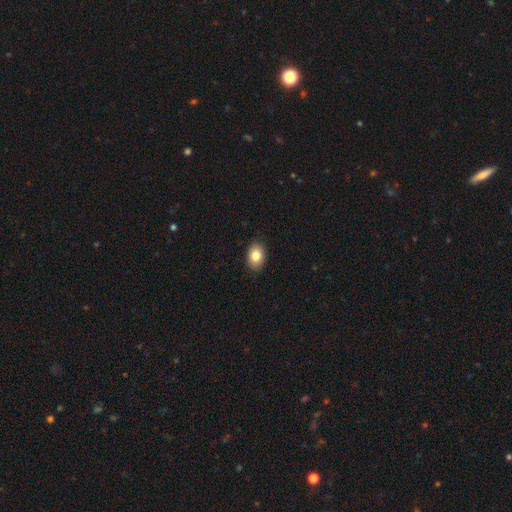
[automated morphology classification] Smooth or featured?
  - smooth: 83% *
  - featured or disk: 8%
  - star or artifact: 8%
How rounded?
  - in between: 80% *
  - round: 19%
  - cigar-shaped: 1%
Merging?
  - none: 89% *
  - minor disturbance: 8%
  - major disturbance: 2%
  - merger: 1%